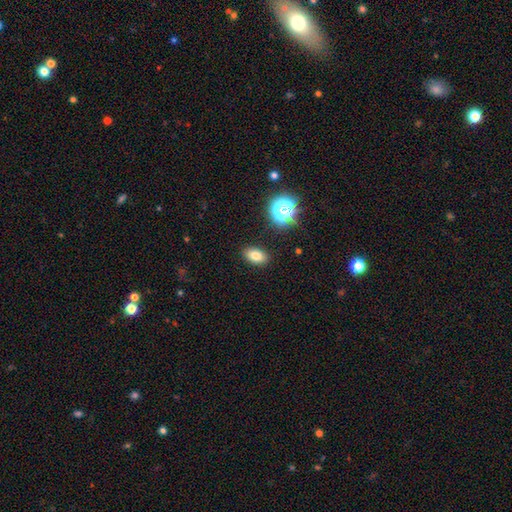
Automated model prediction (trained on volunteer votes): smooth 76%, star or artifact 14%, featured or disk 10%. Down the decision tree: how rounded — in between (86%); merging — none (88%).